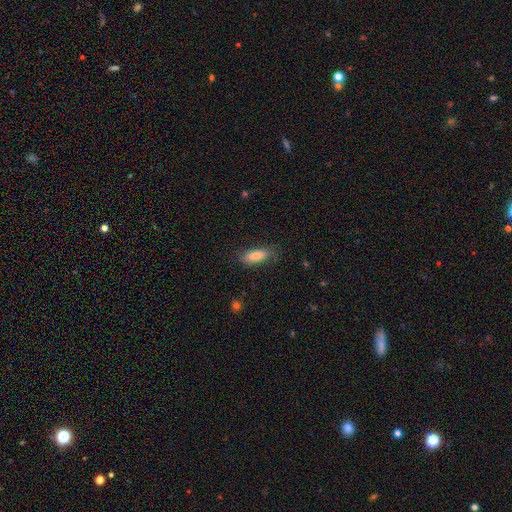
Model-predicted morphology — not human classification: smooth-or-featured: smooth: 81% | featured or disk: 12% | star or artifact: 7%
  how-rounded: in between: 70% | cigar-shaped: 28% | round: 2%
  merging: none: 80% | minor disturbance: 15% | major disturbance: 4% | merger: 1%